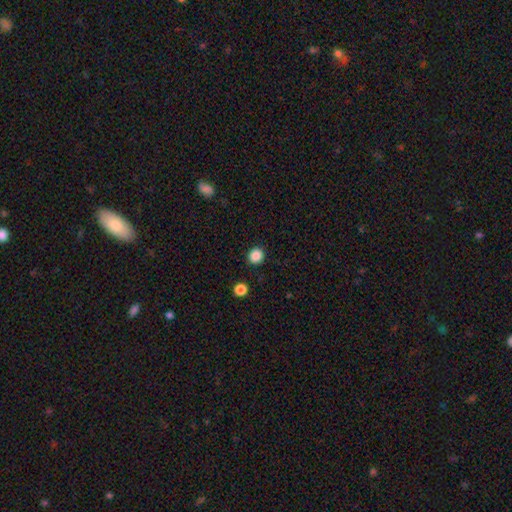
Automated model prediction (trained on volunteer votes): smooth_or_featured: smooth (p=0.87) [alt: star or artifact p=0.11]
how_rounded: round (p=0.86) [alt: in between p=0.13]
merging: none (p=0.91) [alt: minor disturbance p=0.05]